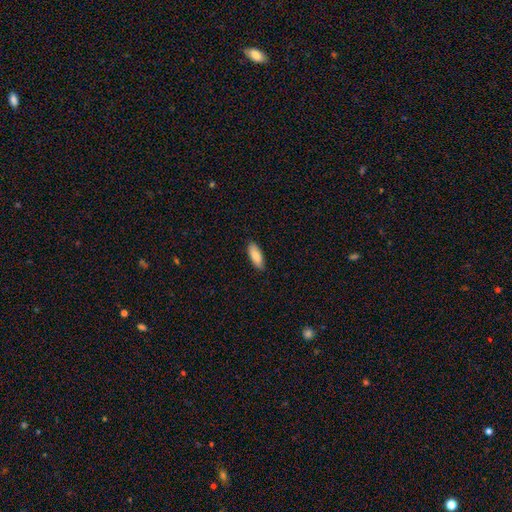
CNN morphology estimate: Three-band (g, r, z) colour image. It shows a smooth galaxy with no disk features (88%) that is in between round and cigar-shaped (71%). Merging: none (87%).